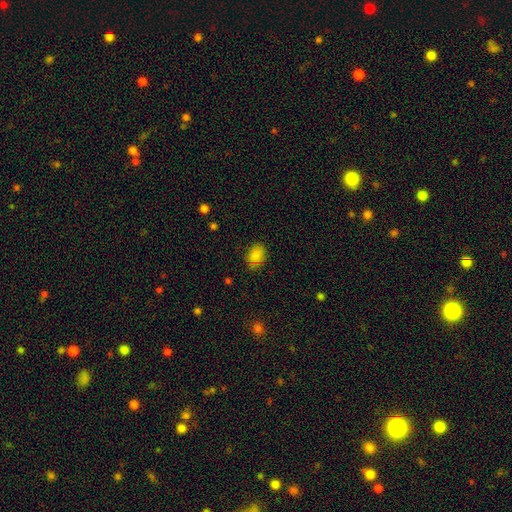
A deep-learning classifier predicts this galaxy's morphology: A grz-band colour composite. It shows a smooth galaxy with no disk features (85%) that is in between round and cigar-shaped (78%). Merging: none (78%).